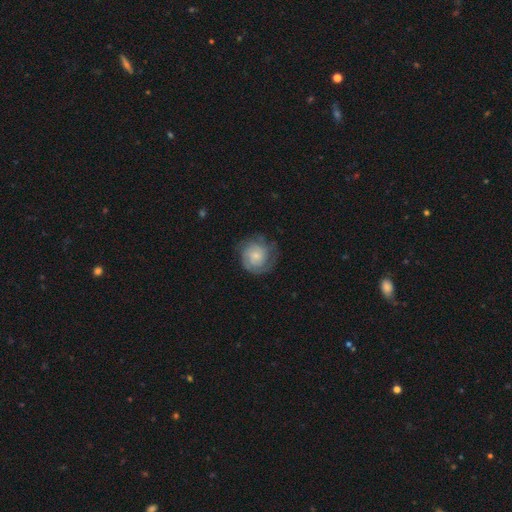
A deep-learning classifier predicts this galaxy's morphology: Q: Smooth or featured?
A: featured or disk (59%); runner-up: smooth (34%)
Q: Edge-on disk?
A: no (98%); runner-up: yes (2%)
Q: Bar?
A: no (74%); runner-up: weak (23%)
Q: Spiral arms?
A: yes (88%); runner-up: no (12%)
Q: Spiral winding?
A: tight (63%); runner-up: medium (28%)
Q: Spiral arm count?
A: can't tell (41%); runner-up: 2 (27%)
Q: Bulge size?
A: small (63%); runner-up: moderate (24%)
Q: Merging?
A: none (69%); runner-up: minor disturbance (19%)